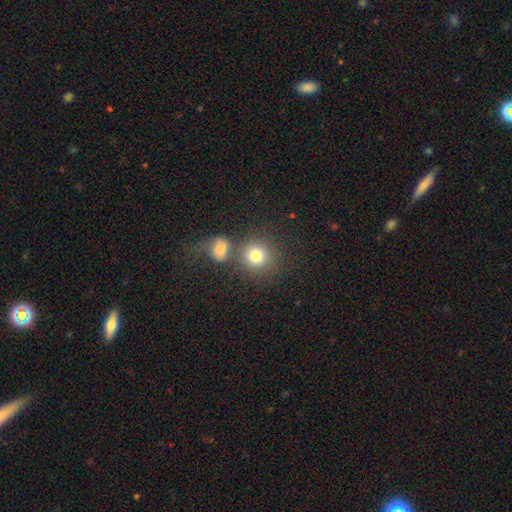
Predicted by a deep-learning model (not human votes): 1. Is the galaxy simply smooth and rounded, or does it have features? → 80% smooth, 11% star or artifact, 9% featured or disk.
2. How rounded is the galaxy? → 88% round, 11% in between, 1% cigar-shaped.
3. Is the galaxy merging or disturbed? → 61% none, 24% merger, 9% minor disturbance, 5% major disturbance.